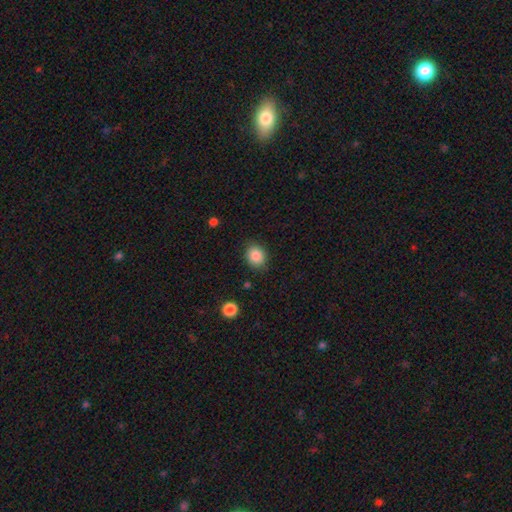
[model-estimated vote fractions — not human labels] smooth-or-featured: smooth: 87% | star or artifact: 9% | featured or disk: 4%
  how-rounded: round: 61% | in between: 38% | cigar-shaped: 1%
  merging: none: 84% | minor disturbance: 11% | major disturbance: 3% | merger: 1%